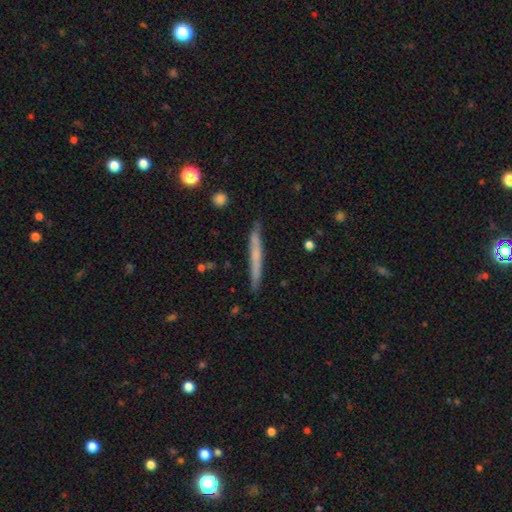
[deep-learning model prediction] This is possibly a smooth galaxy (50%). Merging: clearly none (88%).